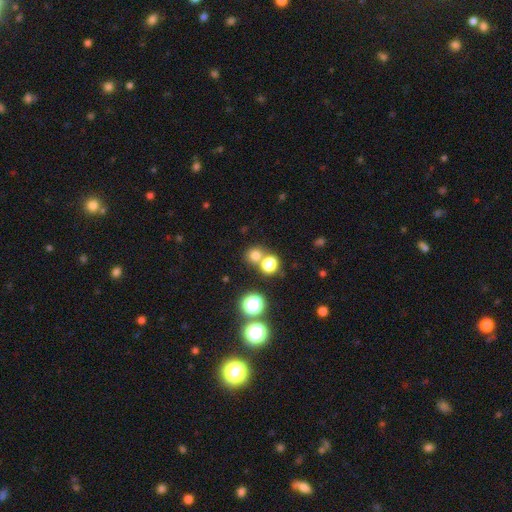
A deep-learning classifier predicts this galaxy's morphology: The model was most divided on "merging": none: 63%, merger: 27%, minor disturbance: 7%, major disturbance: 3%. More confident: how rounded — round (86%); smooth or featured — smooth (71%).